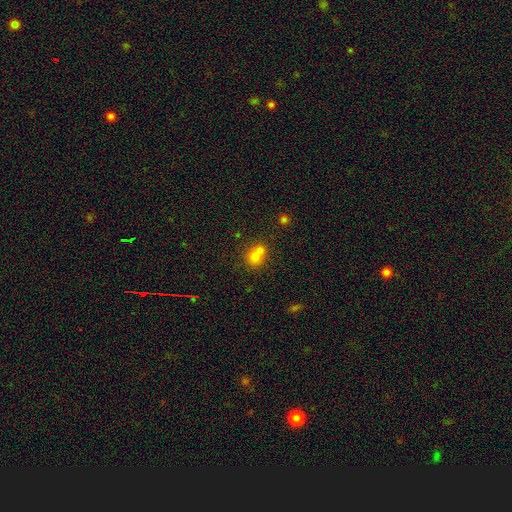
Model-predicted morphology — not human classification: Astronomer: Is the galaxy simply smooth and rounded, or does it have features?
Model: smooth — 73%.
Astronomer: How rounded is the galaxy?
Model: round — 66%.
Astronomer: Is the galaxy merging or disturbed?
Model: merger — 54% (runner-up: none, 34%).